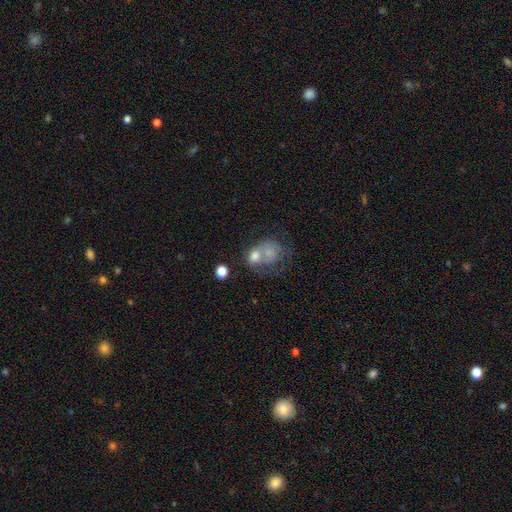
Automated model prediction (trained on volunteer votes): The model was most divided on "how rounded": round: 55%, in between: 44%, cigar-shaped: 1%. Remaining: smooth or featured — smooth (57%); merging — merger (47%).